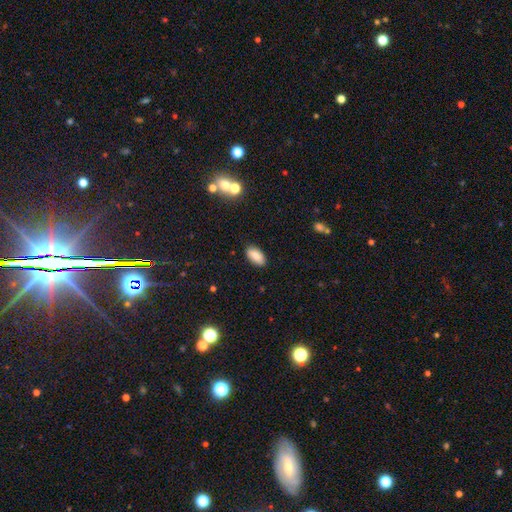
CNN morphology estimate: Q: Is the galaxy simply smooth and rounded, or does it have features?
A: smooth — 84%.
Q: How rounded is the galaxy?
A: in between — 93%.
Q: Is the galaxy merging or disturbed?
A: none — 87%.